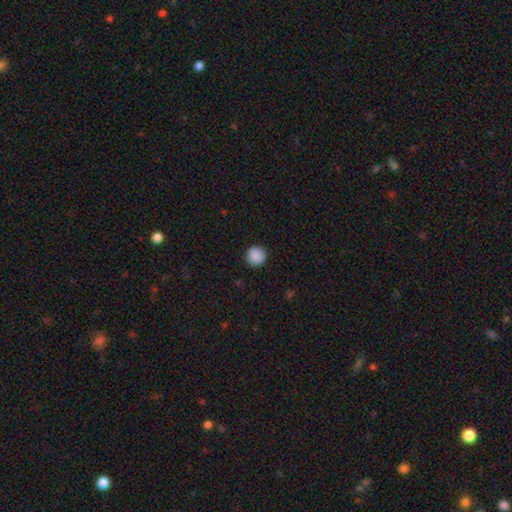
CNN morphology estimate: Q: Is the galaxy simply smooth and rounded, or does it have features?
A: smooth — 89%.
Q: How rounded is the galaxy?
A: round — 95%.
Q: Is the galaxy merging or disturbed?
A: none — 92%.